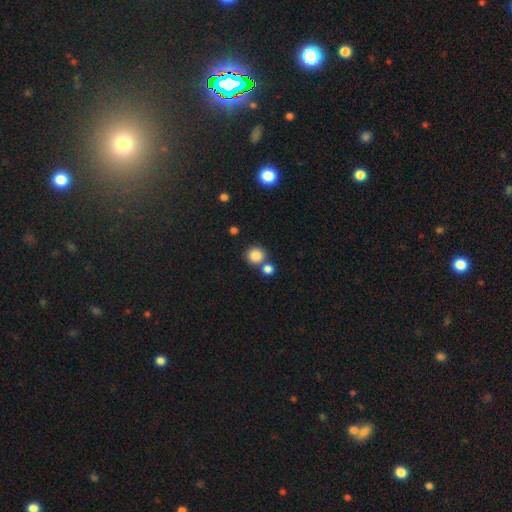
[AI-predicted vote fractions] This appears to be a smooth galaxy with no disk features (85%) that is round (91%). Merging: none (64%).